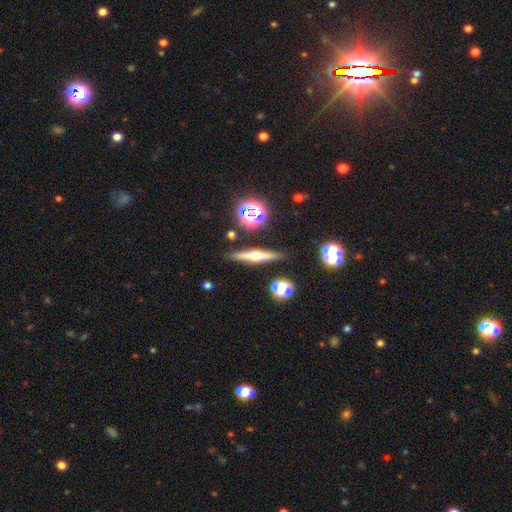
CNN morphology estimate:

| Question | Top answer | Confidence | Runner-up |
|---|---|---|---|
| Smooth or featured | featured or disk | 55% | smooth (35%) |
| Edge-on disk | yes | 94% | no (6%) |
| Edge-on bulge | rounded | 86% | none (8%) |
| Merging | none | 88% | minor disturbance (8%) |